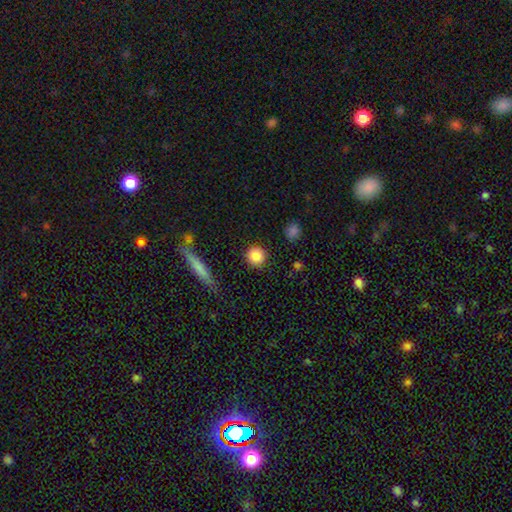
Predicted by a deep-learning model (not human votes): The model was most divided on "smooth or featured": smooth: 85%, star or artifact: 9%, featured or disk: 6%. More confident: how rounded — round (92%); merging — none (89%).